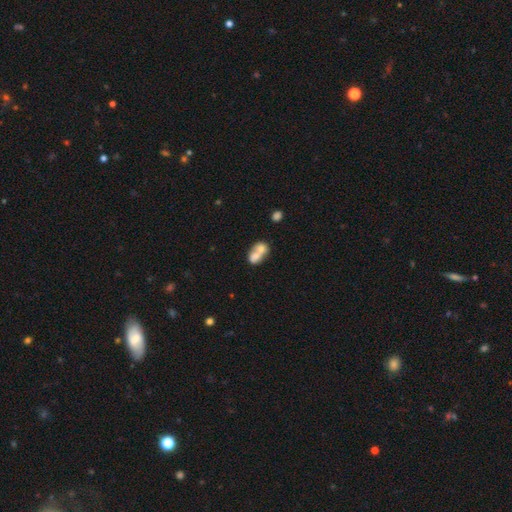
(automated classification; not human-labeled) smooth_or_featured: smooth (p=0.67) [alt: featured or disk p=0.25]
how_rounded: in between (p=0.65) [alt: round p=0.33]
merging: merger (p=0.73) [alt: none p=0.17]